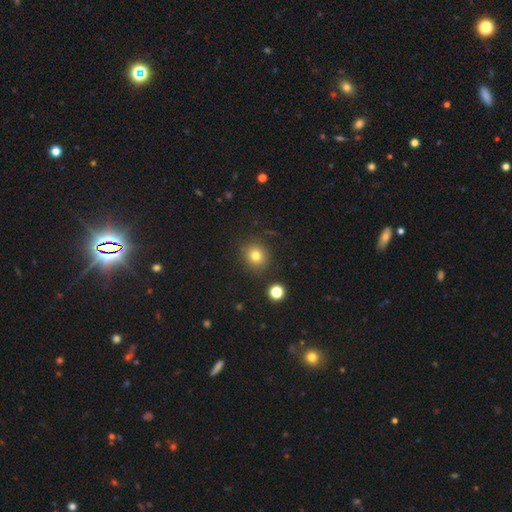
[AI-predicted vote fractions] Smooth or featured: smooth — 78% (star or artifact — 14%)
How rounded: round — 85% (in between — 14%)
Merging: none — 87% (minor disturbance — 8%)